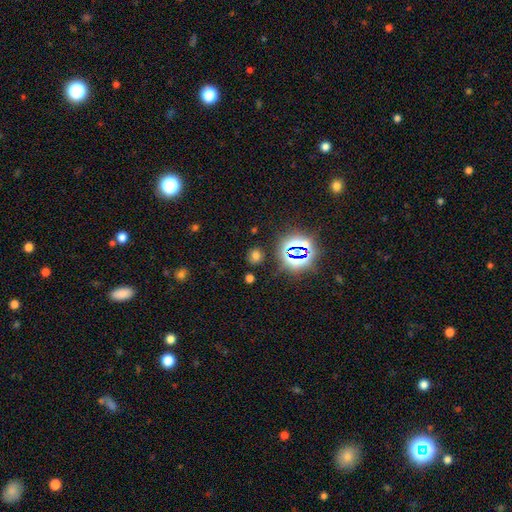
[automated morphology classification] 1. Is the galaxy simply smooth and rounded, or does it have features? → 60% smooth, 34% star or artifact, 7% featured or disk.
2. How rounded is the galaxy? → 70% round, 29% in between, 1% cigar-shaped.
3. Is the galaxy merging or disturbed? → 82% none, 10% minor disturbance, 4% major disturbance, 4% merger.